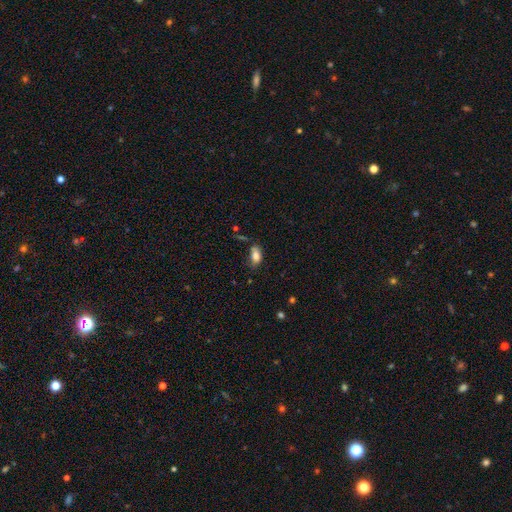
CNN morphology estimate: This is clearly a smooth galaxy (81%). How rounded: clearly in between (88%). Merging: possibly none (57%).